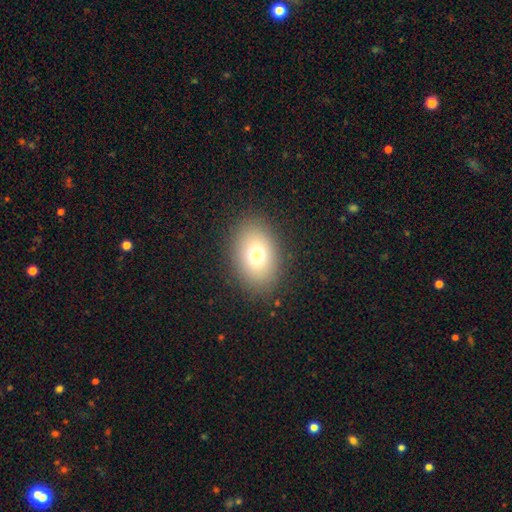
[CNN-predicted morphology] This appears to be a smooth galaxy with no disk features (75%) that is in between round and cigar-shaped (81%). Merging: none (89%).